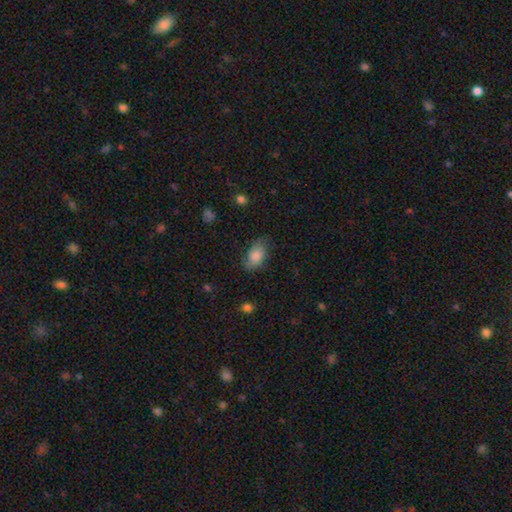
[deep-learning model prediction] A smooth galaxy with no disk features (71%) that is in between round and cigar-shaped (91%). Merging: none (69%).